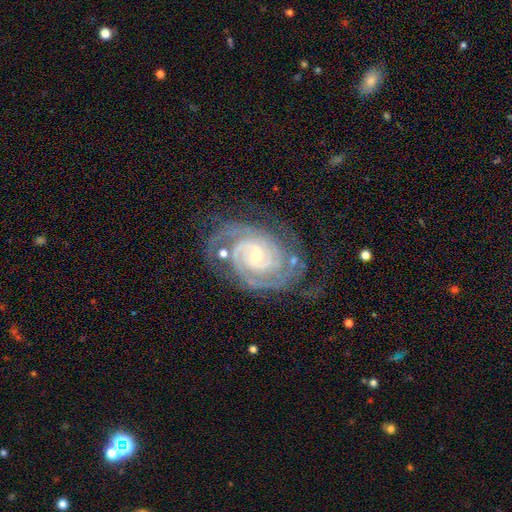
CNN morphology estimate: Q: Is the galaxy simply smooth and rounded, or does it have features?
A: featured or disk — 92%.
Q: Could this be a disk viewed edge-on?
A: no — 98%.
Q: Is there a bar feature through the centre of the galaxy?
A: no — 54%.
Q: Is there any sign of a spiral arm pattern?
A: yes — 99%.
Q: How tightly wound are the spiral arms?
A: tight — 76%.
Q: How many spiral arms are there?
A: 2 — 48%.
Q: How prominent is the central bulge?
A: small — 73%.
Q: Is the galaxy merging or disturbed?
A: none — 68%.